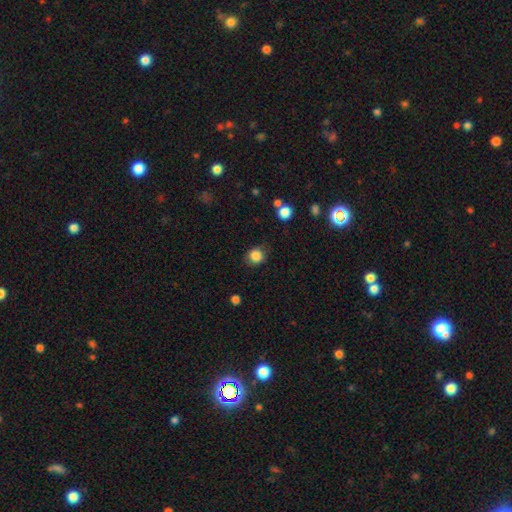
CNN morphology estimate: A smooth galaxy with no disk features (85%) that is round (85%). Merging: none (81%).